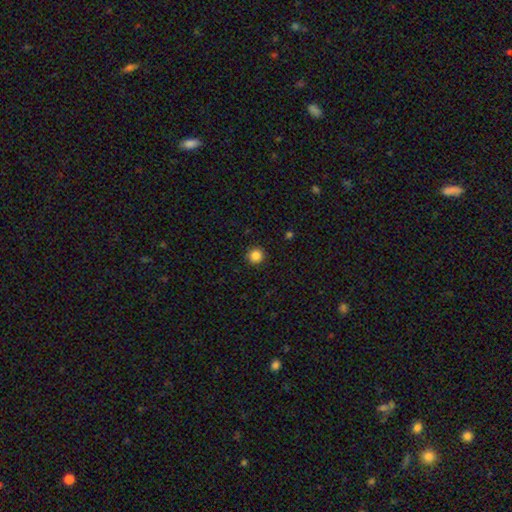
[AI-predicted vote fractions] smooth 86%, star or artifact 11%, featured or disk 3%. Down the decision tree: how rounded — round (95%); merging — none (93%).